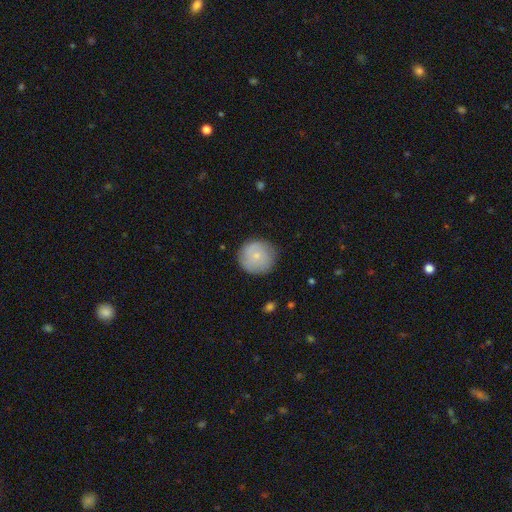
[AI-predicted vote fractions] Morphology: type=smooth (68%); roundness=round (93%); merging=none (81%).